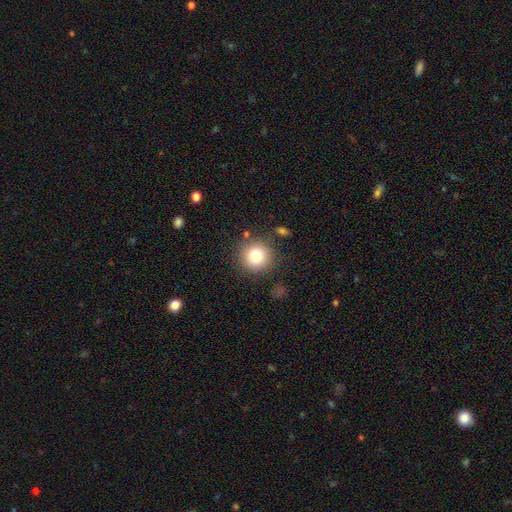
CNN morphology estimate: The model was most divided on "smooth or featured": smooth: 80%, star or artifact: 11%, featured or disk: 9%. More confident: how rounded — round (93%); merging — none (85%).